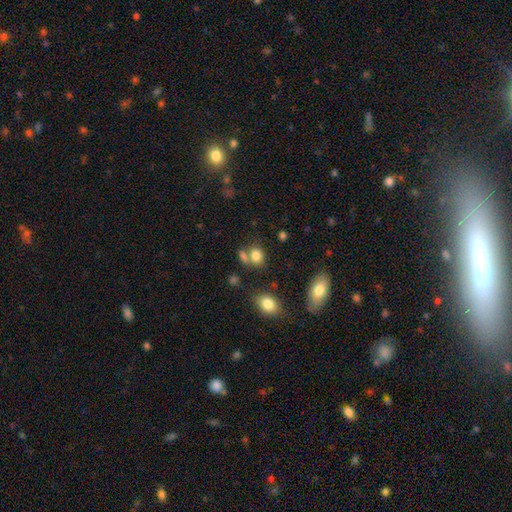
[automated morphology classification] A smooth galaxy with no disk features (80%) that is in between round and cigar-shaped (52%).

Vote fractions:
- Smooth or featured? smooth: 80% / star or artifact: 12% / featured or disk: 8%
- How rounded? in between: 52% / round: 47% / cigar-shaped: 1%
- Merging? none: 54% / merger: 29% / minor disturbance: 12% / major disturbance: 6%